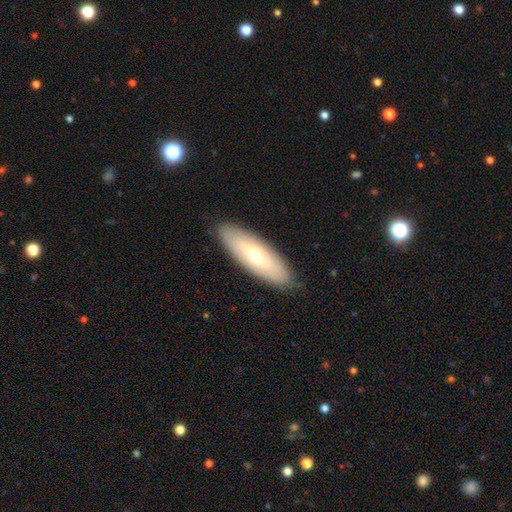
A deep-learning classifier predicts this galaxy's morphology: The model was most divided on "smooth or featured": smooth: 57%, featured or disk: 38%, star or artifact: 6%. More confident: merging — none (88%); how rounded — in between (61%).